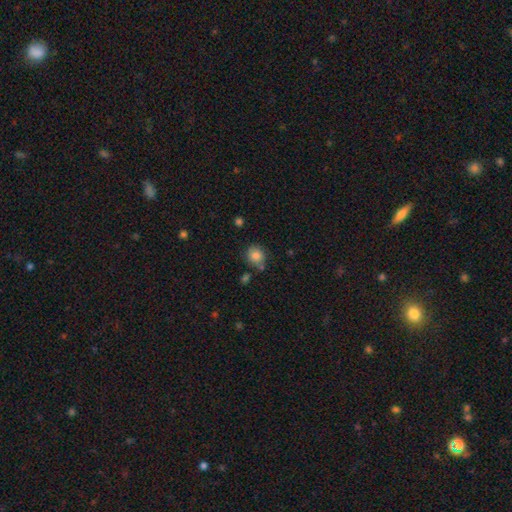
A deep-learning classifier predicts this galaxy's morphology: Smooth or featured? Predicted: smooth (p=0.83). How rounded? Predicted: round (p=0.78). Merging? Predicted: none (p=0.71).